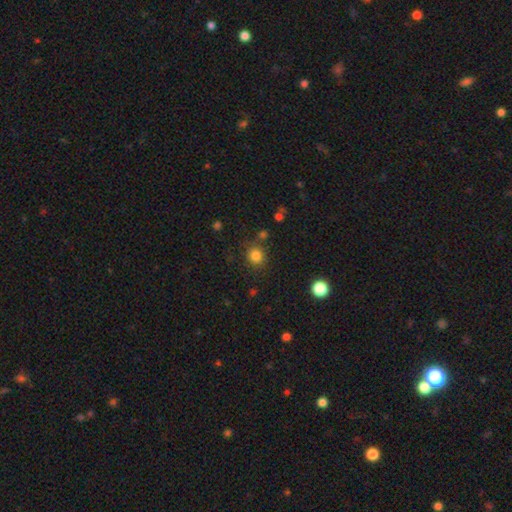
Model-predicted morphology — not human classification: This is clearly a smooth galaxy (82%). How rounded: clearly round (87%). Merging: likely none (80%).